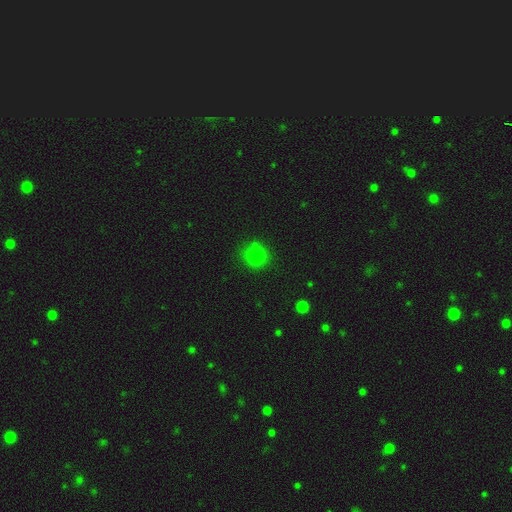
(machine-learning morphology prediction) smooth 79%, star or artifact 15%, featured or disk 6%. Down the decision tree: how rounded — round (91%); merging — none (82%).